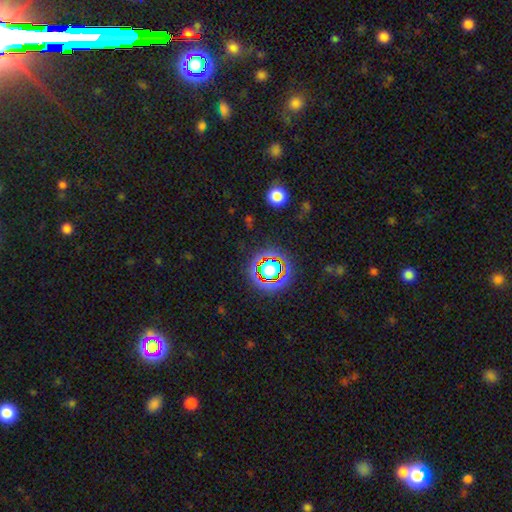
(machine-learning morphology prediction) star or artifact 76%, smooth 16%, featured or disk 9%.